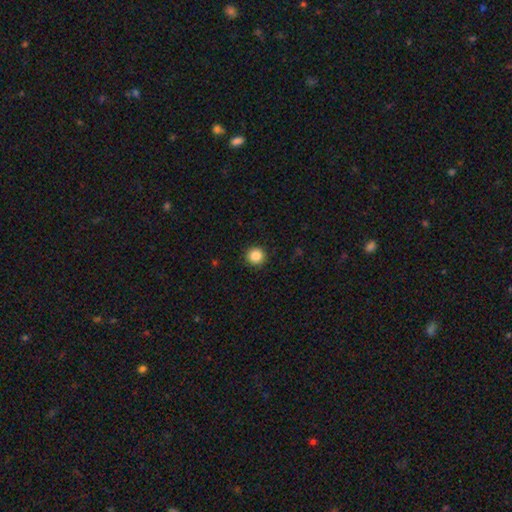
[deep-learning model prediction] A smooth galaxy with no disk features (87%) that is round (95%).

Vote fractions:
- Smooth or featured? smooth: 87% / star or artifact: 10% / featured or disk: 3%
- How rounded? round: 95% / in between: 4% / cigar-shaped: 1%
- Merging? none: 92% / minor disturbance: 5% / major disturbance: 2% / merger: 1%